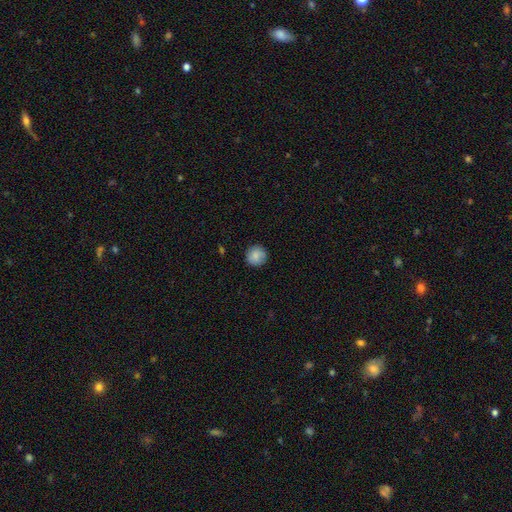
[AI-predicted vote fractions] Overall: smooth (85%). How rounded: round (94%). Merging: none (88%).